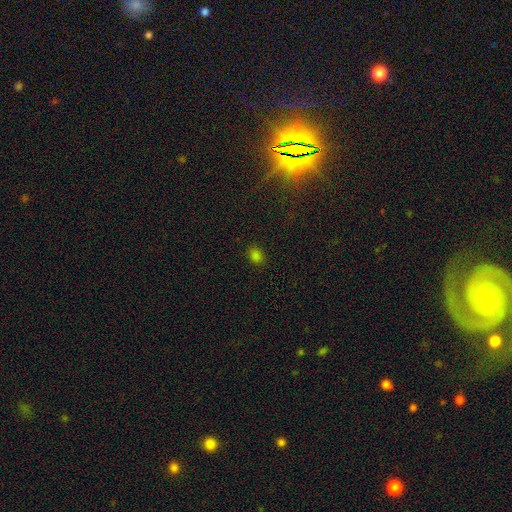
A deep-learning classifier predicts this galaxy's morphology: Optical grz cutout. It shows a smooth galaxy with no disk features (78%) that is in between round and cigar-shaped (52%). Merging: none (86%).